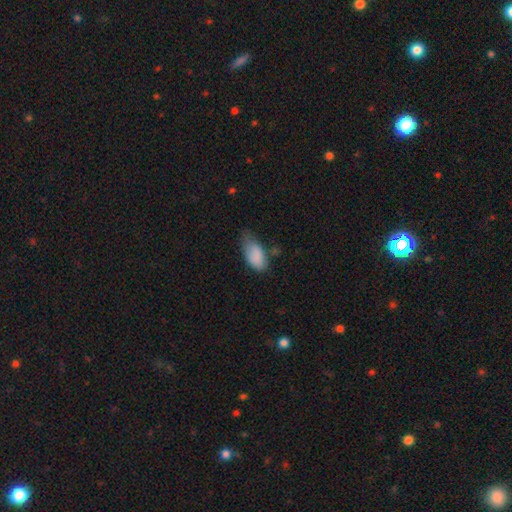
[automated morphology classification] This appears to be a smooth galaxy with no disk features (84%) that is in between round and cigar-shaped (93%). Merging: minor disturbance (44%).